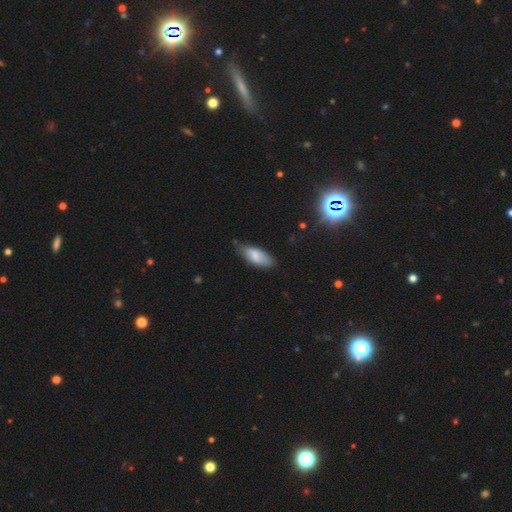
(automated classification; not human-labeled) This appears to be a smooth galaxy with no disk features (77%) that is in between round and cigar-shaped (81%). Merging: none (66%).